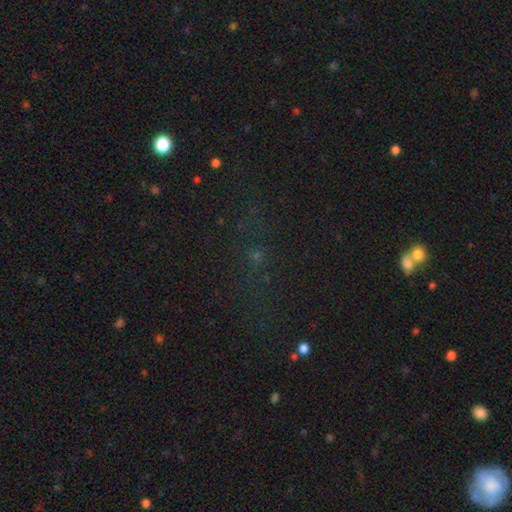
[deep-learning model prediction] Q: Smooth or featured?
A: star or artifact (59%); runner-up: smooth (29%)